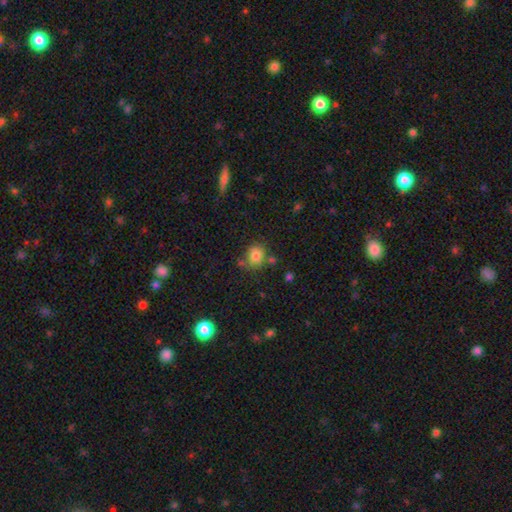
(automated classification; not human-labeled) Smooth or featured: smooth — 79% (star or artifact — 12%)
How rounded: round — 66% (in between — 33%)
Merging: none — 62% (minor disturbance — 19%)